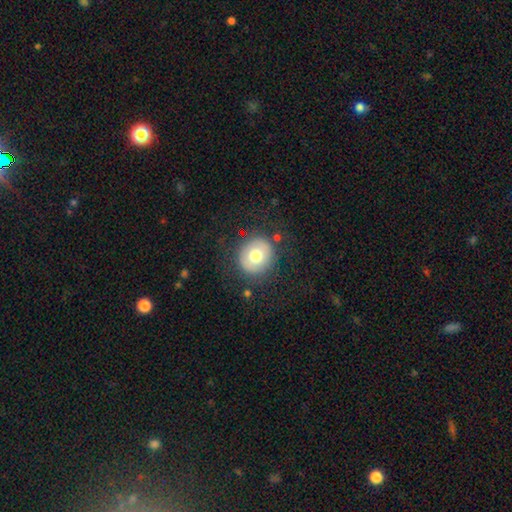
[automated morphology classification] smooth_or_featured: smooth (p=0.69) [alt: featured or disk p=0.22]
how_rounded: round (p=0.83) [alt: in between p=0.16]
merging: none (p=0.82) [alt: minor disturbance p=0.11]